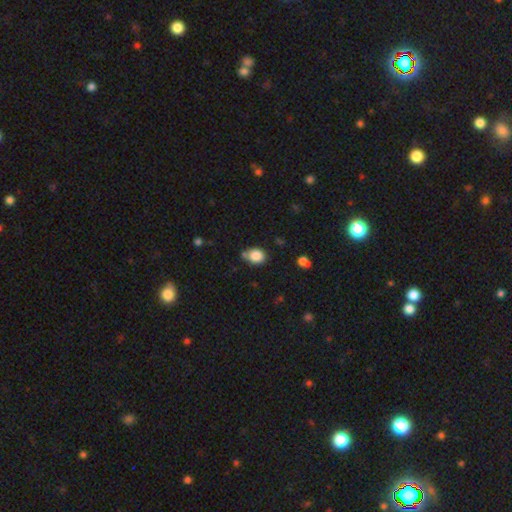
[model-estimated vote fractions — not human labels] Overall: smooth (85%). How rounded: round (62%; in between 37%). Merging: none (67%).